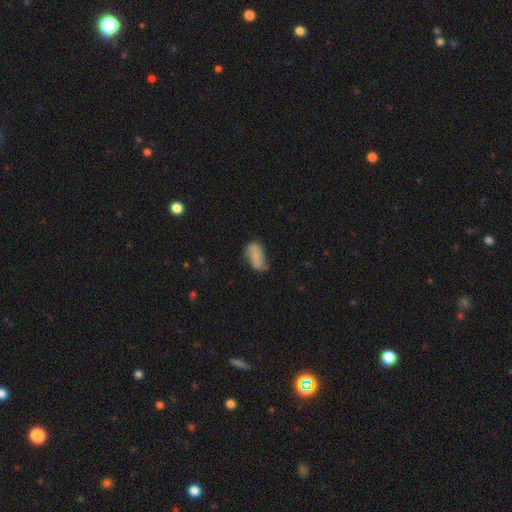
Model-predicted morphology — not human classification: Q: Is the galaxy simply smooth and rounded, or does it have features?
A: smooth — 58%.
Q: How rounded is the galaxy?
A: in between — 91%.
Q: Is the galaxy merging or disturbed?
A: none — 48%.